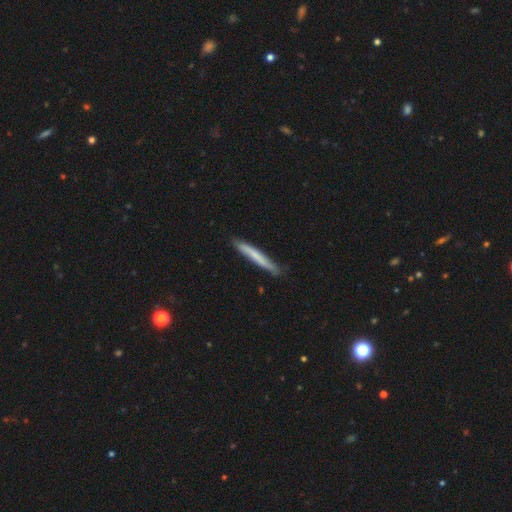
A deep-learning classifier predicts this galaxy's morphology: Overall: smooth (63%; featured or disk 32%). How rounded: cigar-shaped (96%). Merging: none (84%).